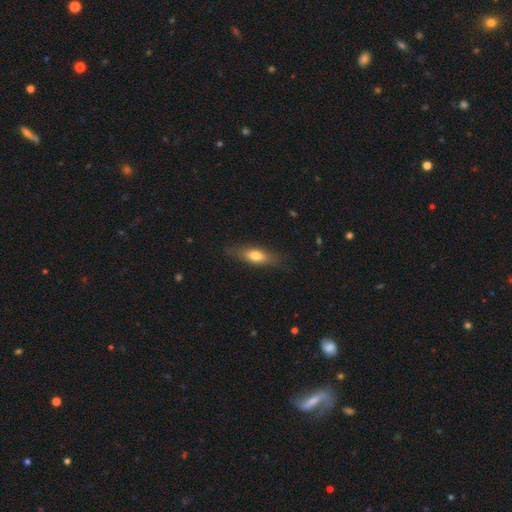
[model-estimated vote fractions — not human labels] The model was most divided on "how rounded": in between: 60%, cigar-shaped: 37%, round: 3%. More confident: merging — none (79%); smooth or featured — smooth (68%).